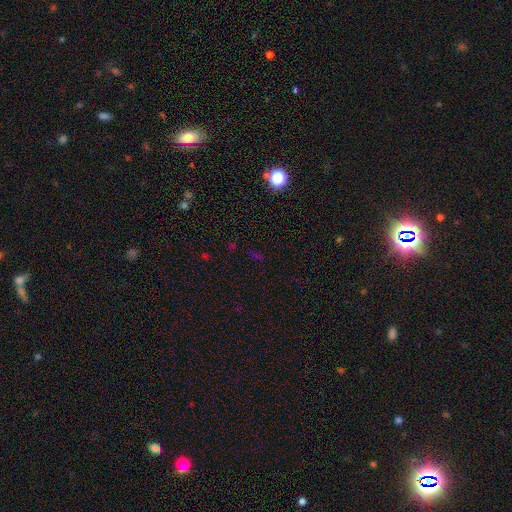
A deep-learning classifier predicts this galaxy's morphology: This is likely a star or artifact rather than a galaxy (64%).